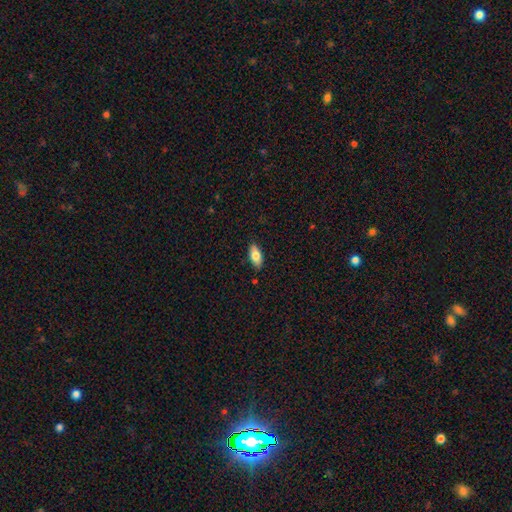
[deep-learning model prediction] A smooth galaxy with no disk features (77%) that is in between round and cigar-shaped (86%). Merging: none (87%).